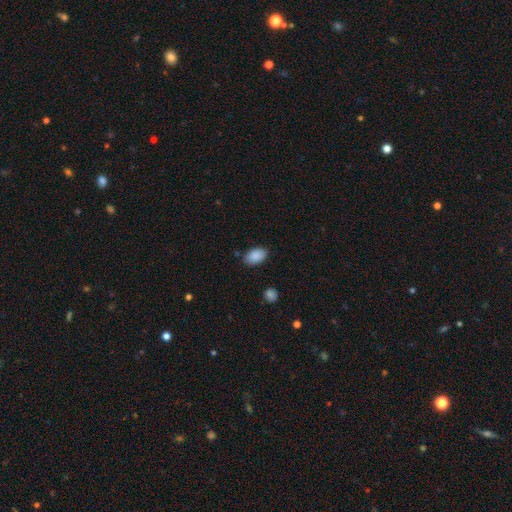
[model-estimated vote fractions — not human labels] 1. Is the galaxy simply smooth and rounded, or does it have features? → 89% smooth, 7% star or artifact, 4% featured or disk.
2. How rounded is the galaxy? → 92% in between, 7% round, 1% cigar-shaped.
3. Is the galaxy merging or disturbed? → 83% none, 12% minor disturbance, 3% major disturbance, 2% merger.